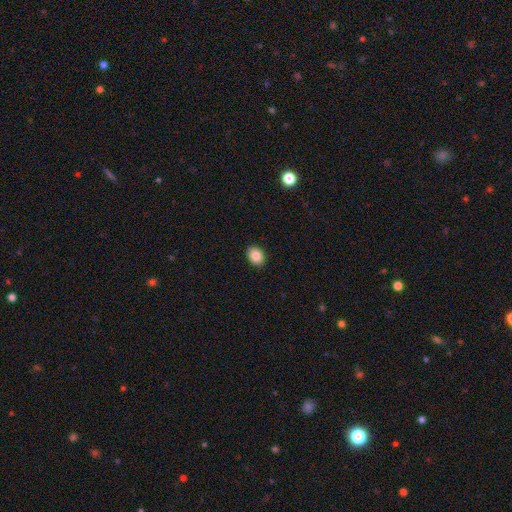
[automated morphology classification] Smooth or featured? smooth (86%)
How rounded? in between (61%)
Merging? none (91%)